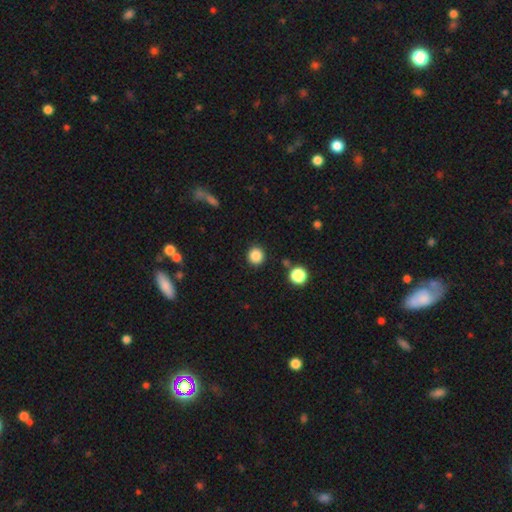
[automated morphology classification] type=smooth (85%); roundness=round (92%); merging=none (90%).